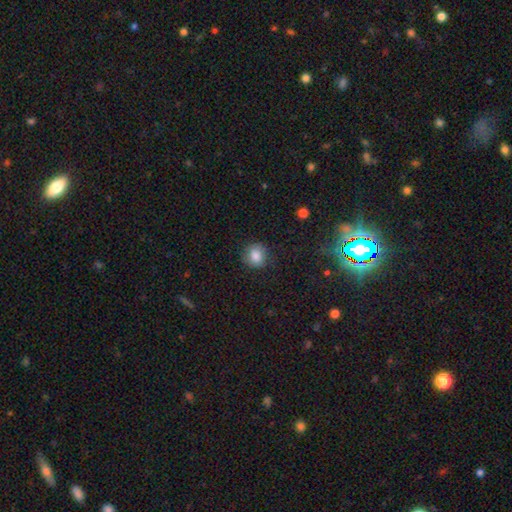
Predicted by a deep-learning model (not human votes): Overall: smooth (84%). How rounded: round (80%). Merging: none (82%).